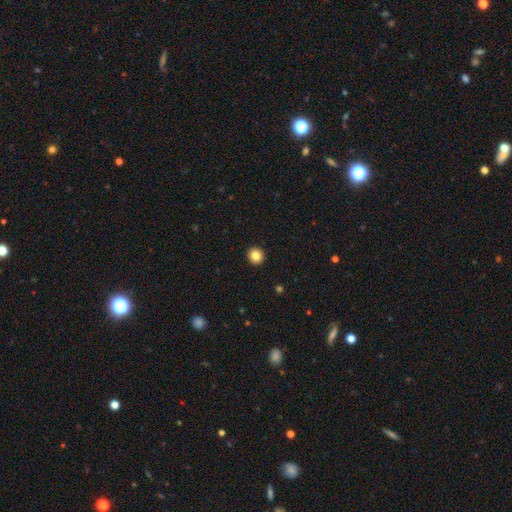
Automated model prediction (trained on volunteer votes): Smooth or featured? Predicted: smooth (p=0.84). How rounded? Predicted: round (p=0.94). Merging? Predicted: none (p=0.94).